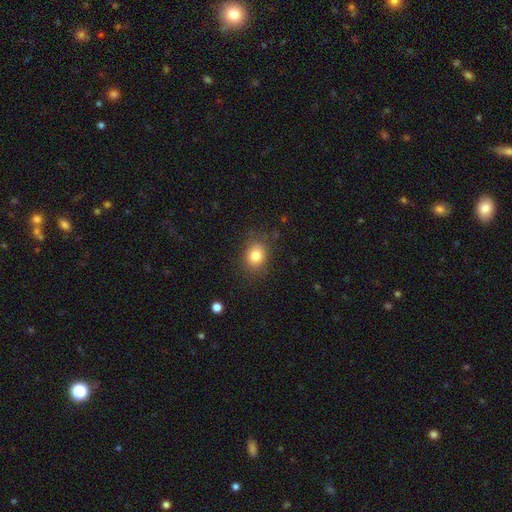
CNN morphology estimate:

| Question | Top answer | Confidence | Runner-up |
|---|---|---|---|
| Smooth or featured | smooth | 81% | star or artifact (10%) |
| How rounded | round | 53% | in between (46%) |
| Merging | none | 80% | minor disturbance (14%) |